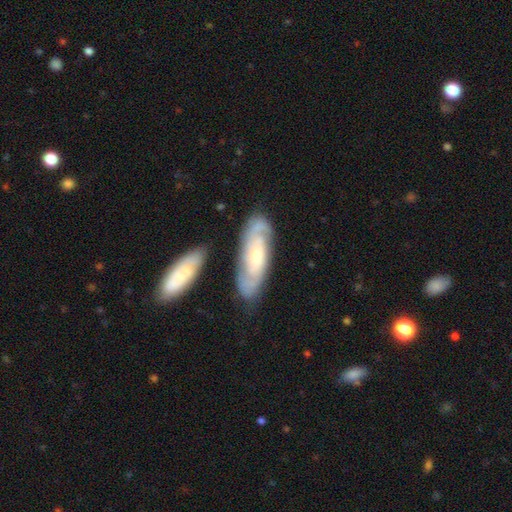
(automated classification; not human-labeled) Overall: featured or disk (72%). Edge-on disk: no (87%). Bar: no (59%; weak 33%). Spiral arms: yes (92%). Spiral arm count: 2 (47%; can't tell 36%). Spiral winding: tight (59%; medium 33%). Bulge size: moderate (43%; small 39%). Merging: none (74%).